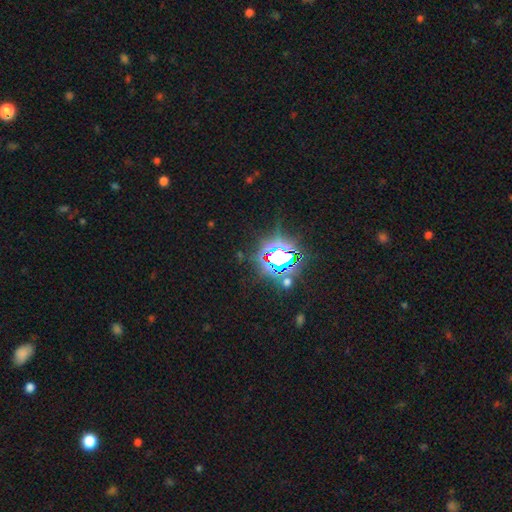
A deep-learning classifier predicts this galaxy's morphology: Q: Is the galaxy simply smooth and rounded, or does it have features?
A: star or artifact — 81%.